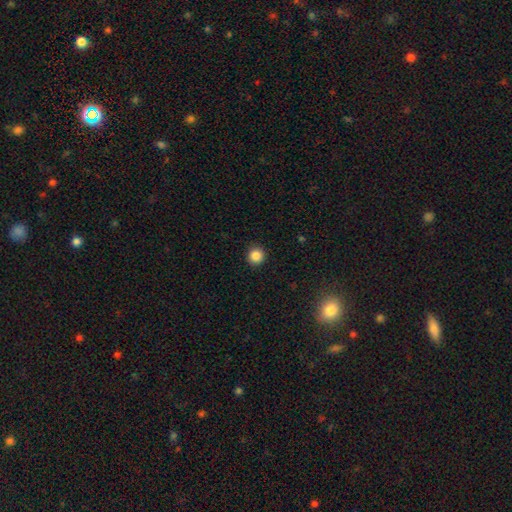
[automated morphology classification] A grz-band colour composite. It shows a smooth galaxy with no disk features (86%) that is round (94%). Merging: none (93%).